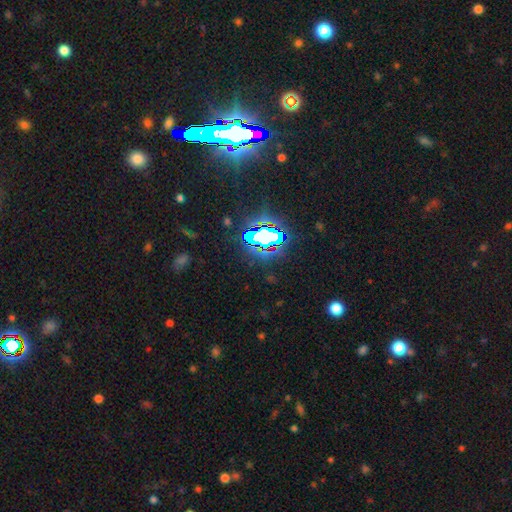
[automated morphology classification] Overall: star or artifact (80%).